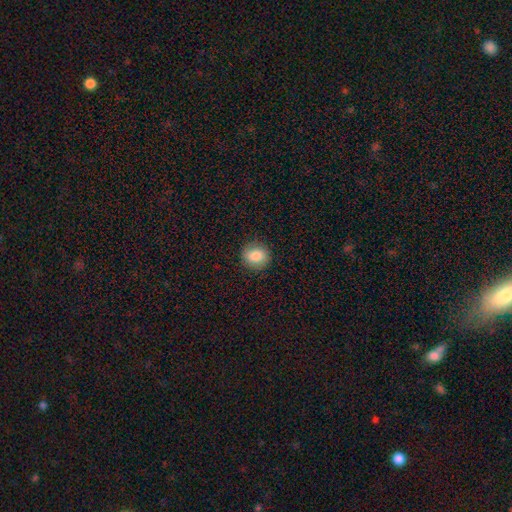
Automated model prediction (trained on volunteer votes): The model was most divided on "how rounded": round: 84%, in between: 15%, cigar-shaped: 1%. More confident: merging — none (89%); smooth or featured — smooth (83%).